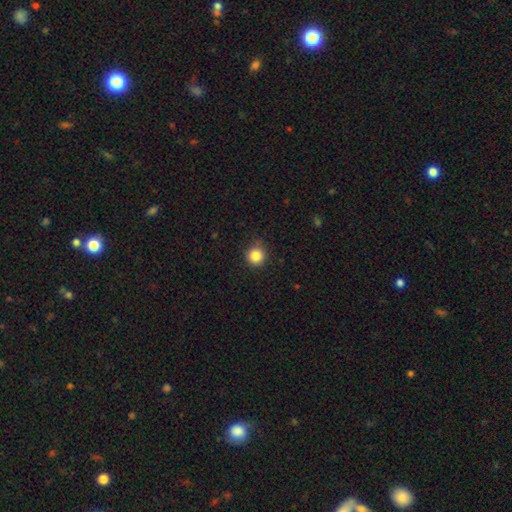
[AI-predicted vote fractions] Q: Smooth or featured?
A: smooth (85%); runner-up: star or artifact (11%)
Q: How rounded?
A: round (94%); runner-up: in between (5%)
Q: Merging?
A: none (83%); runner-up: minor disturbance (13%)